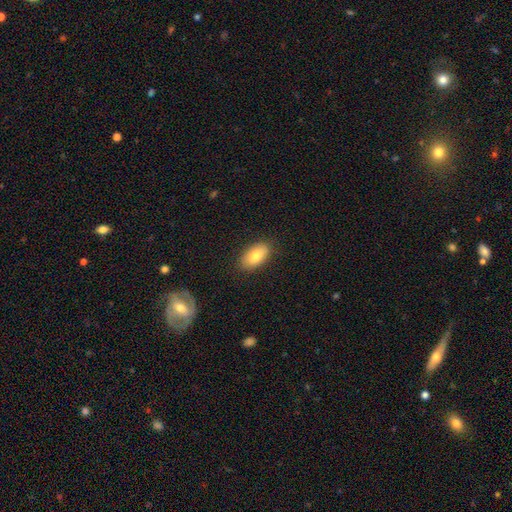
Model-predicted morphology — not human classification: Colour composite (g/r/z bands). It shows a smooth galaxy with no disk features (81%) that is in between round and cigar-shaped (92%). Merging: none (86%).